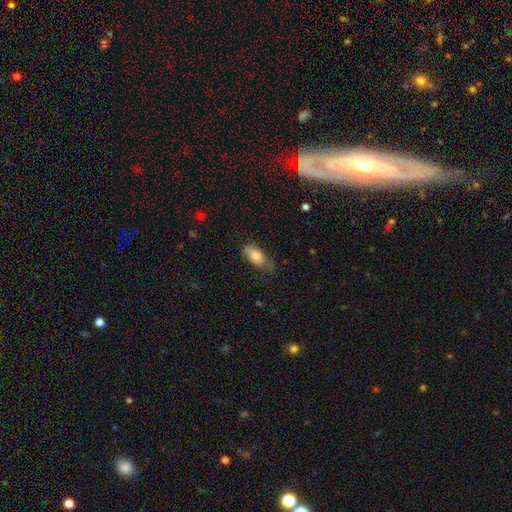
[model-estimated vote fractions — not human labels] smooth 76%, featured or disk 17%, star or artifact 7%. Down the decision tree: how rounded — in between (85%); merging — none (64%).